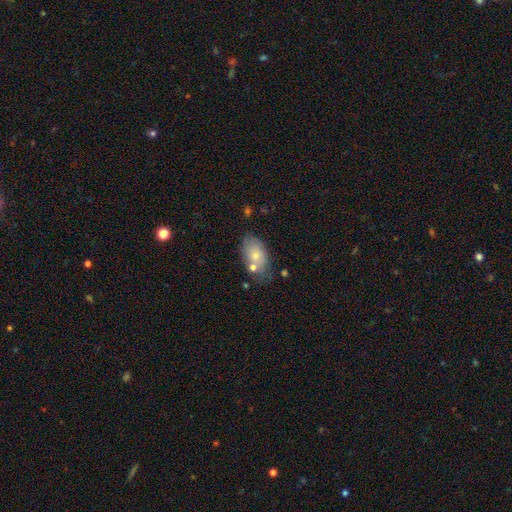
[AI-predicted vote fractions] Smooth or featured: smooth — 69% (featured or disk — 23%)
How rounded: in between — 90% (round — 8%)
Merging: none — 58% (minor disturbance — 22%)